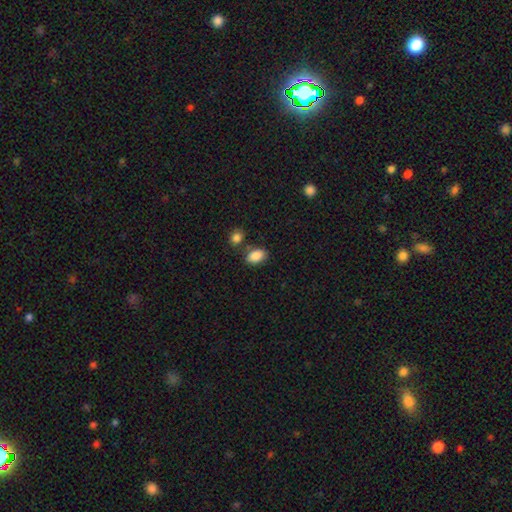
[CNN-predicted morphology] Overall: smooth (87%). How rounded: in between (88%). Merging: none (70%).